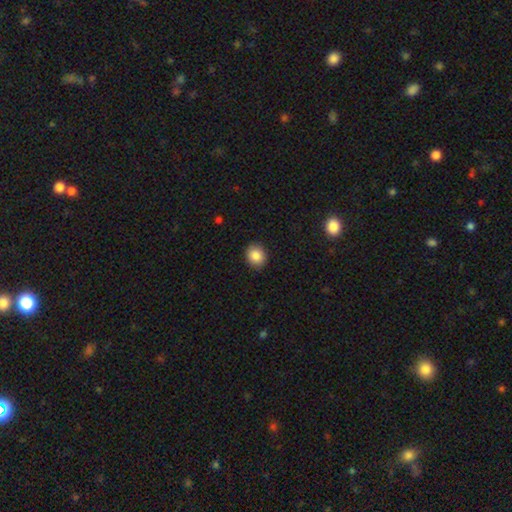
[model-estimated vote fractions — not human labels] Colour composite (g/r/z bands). It shows a smooth galaxy with no disk features (86%) that is round (69%). Merging: none (90%).